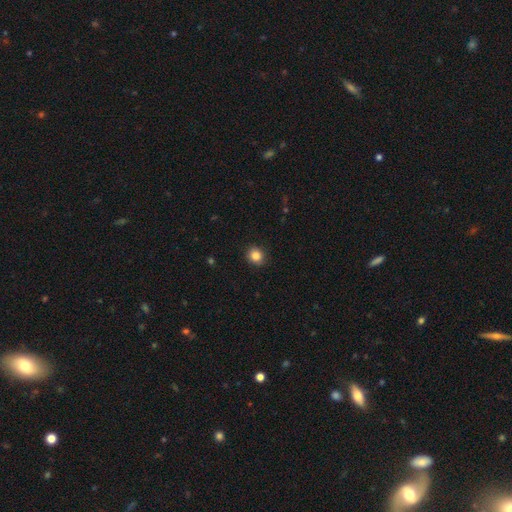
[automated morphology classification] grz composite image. It shows a smooth galaxy with no disk features (85%) that is round (86%). Merging: none (91%).